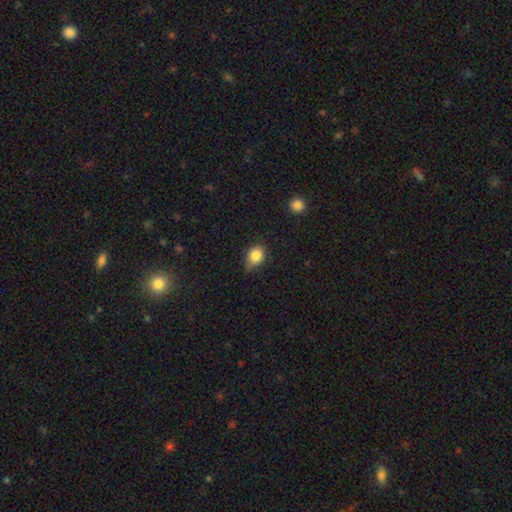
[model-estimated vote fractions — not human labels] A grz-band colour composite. It shows a smooth galaxy with no disk features (83%) that is round (54%). Merging: none (53%).